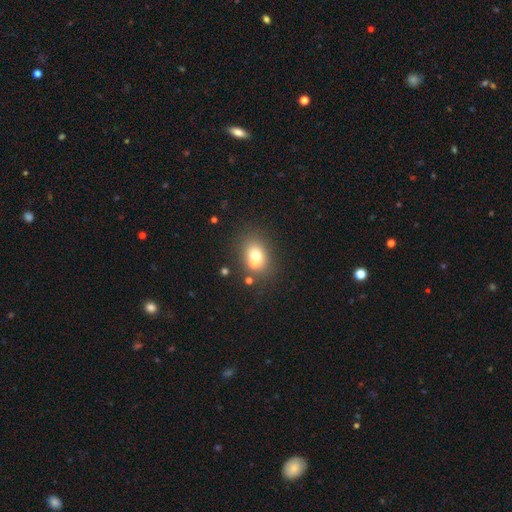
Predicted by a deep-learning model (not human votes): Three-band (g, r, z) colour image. It shows a smooth galaxy with no disk features (65%) that is round (56%). Merging: none (45%).